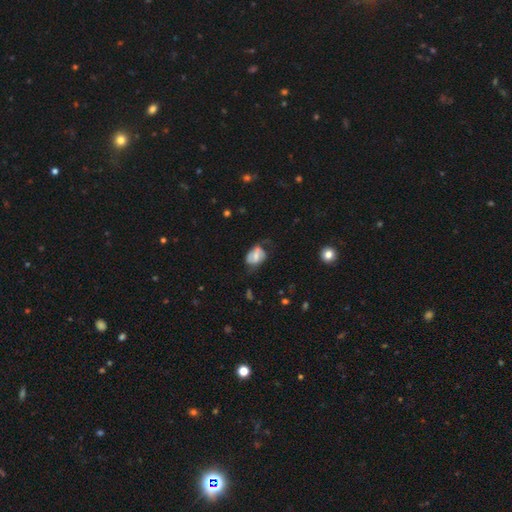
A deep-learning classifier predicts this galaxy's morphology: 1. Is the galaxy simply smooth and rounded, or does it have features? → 47% featured or disk, 44% smooth, 8% star or artifact.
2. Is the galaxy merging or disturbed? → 44% none, 32% minor disturbance, 20% major disturbance, 4% merger.